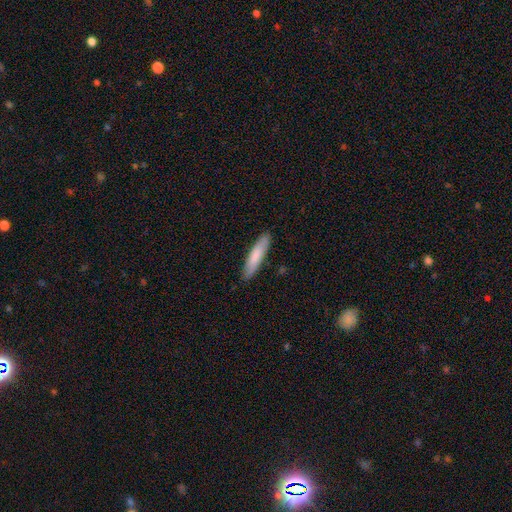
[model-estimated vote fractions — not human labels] Smooth or featured?
  - smooth: 81% *
  - featured or disk: 14%
  - star or artifact: 5%
How rounded?
  - cigar-shaped: 83% *
  - in between: 16%
  - round: 1%
Merging?
  - none: 88% *
  - minor disturbance: 9%
  - major disturbance: 2%
  - merger: 1%